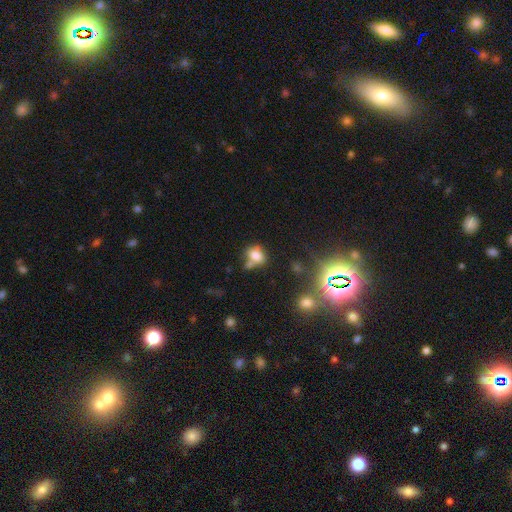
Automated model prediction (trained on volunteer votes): Smooth or featured? smooth (75%)
How rounded? in between (58%)
Merging? none (48%)